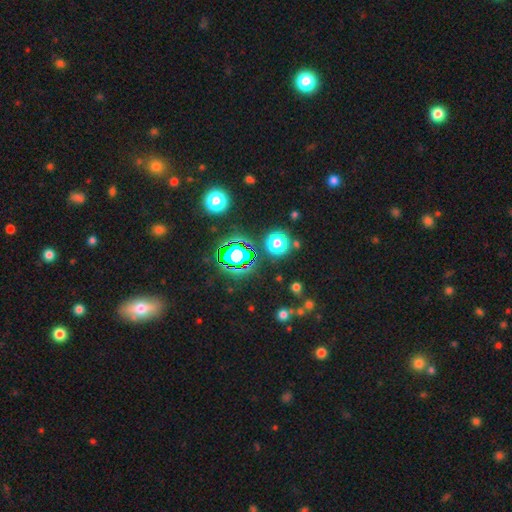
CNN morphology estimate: Smooth or featured?
  - star or artifact: 71% *
  - smooth: 20%
  - featured or disk: 9%